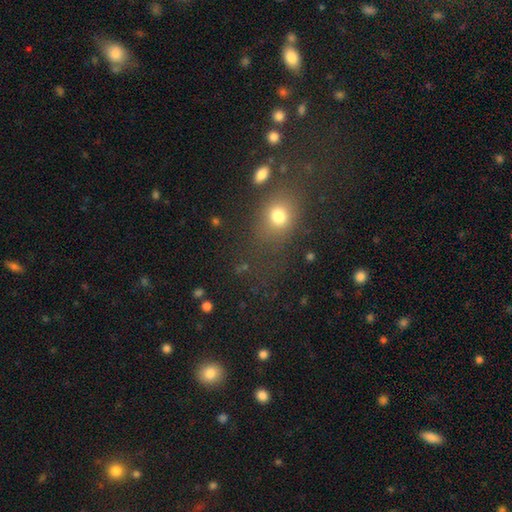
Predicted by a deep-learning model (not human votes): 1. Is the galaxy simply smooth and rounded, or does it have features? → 53% smooth, 34% star or artifact, 13% featured or disk.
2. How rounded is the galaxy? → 59% round, 36% in between, 5% cigar-shaped.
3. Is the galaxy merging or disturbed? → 74% none, 13% minor disturbance, 8% major disturbance, 6% merger.